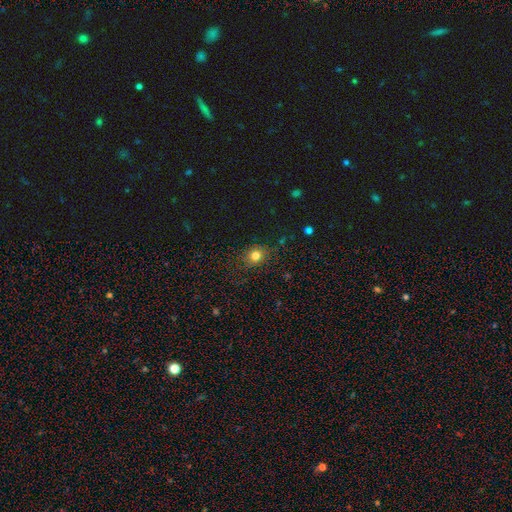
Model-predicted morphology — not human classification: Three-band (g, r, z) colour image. It shows a smooth galaxy with no disk features (78%) that is round (70%). Merging: none (82%).